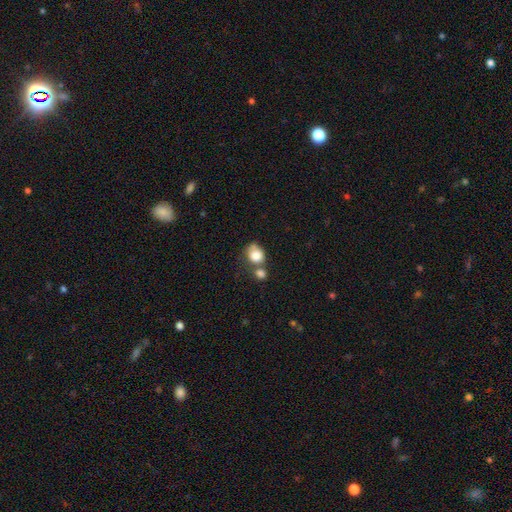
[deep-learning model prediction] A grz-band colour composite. It shows a smooth galaxy with no disk features (81%) that is round (53%). Merging: merger (46%).